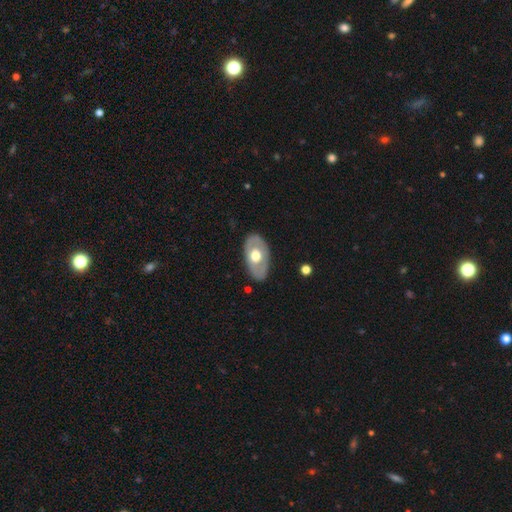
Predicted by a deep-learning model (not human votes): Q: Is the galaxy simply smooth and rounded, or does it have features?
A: featured or disk — 51%.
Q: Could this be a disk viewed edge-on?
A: no — 85%.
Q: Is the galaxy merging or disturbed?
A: none — 82%.